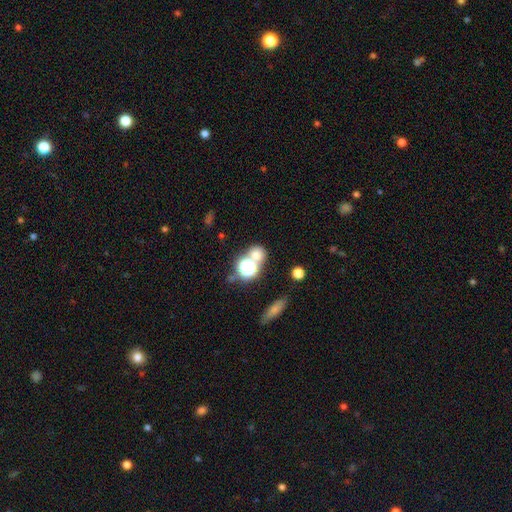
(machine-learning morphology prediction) Smooth or featured: smooth — 65% (star or artifact — 26%)
How rounded: round — 79% (in between — 20%)
Merging: none — 57% (merger — 31%)